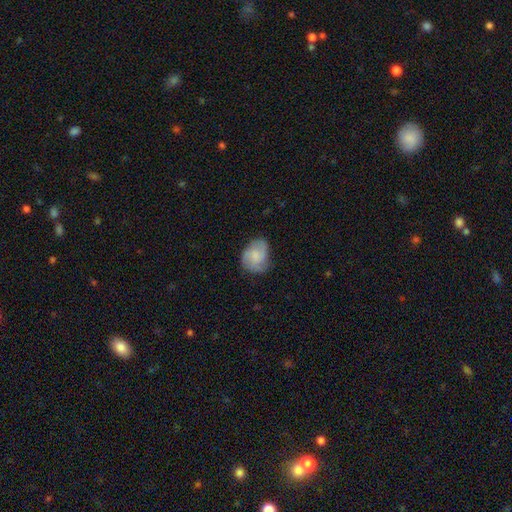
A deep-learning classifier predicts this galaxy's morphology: Overall: smooth (53%; featured or disk 40%). How rounded: in between (57%; round 42%). Merging: none (61%; minor disturbance 27%).